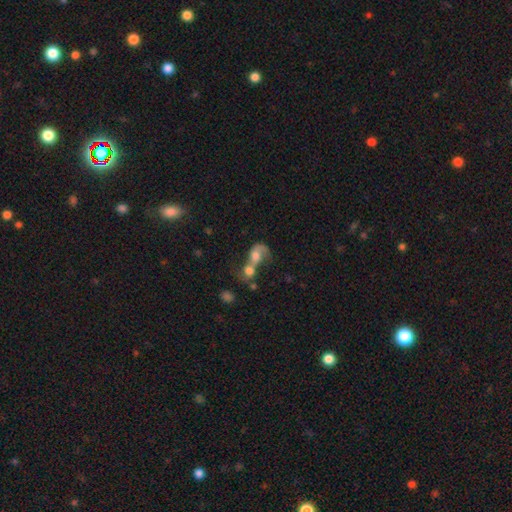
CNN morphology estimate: Smooth or featured? smooth (47%)
Merging? merger (78%)